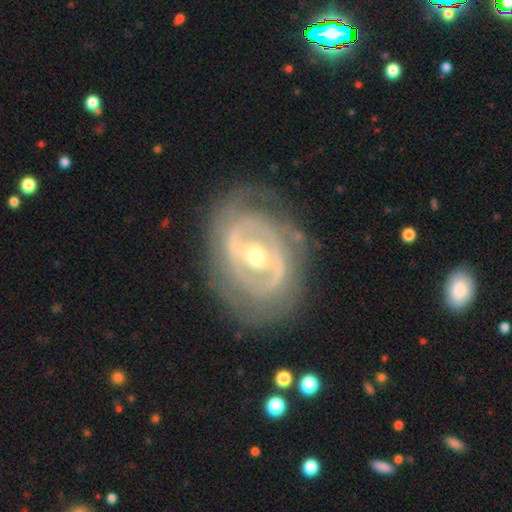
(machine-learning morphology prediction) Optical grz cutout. It shows a featured or disk galaxy (85%) with a weak bar (36%), 2 (50%) tight (63%) spiral arms (72%) and a moderate central bulge (57%). Merging: none (75%).